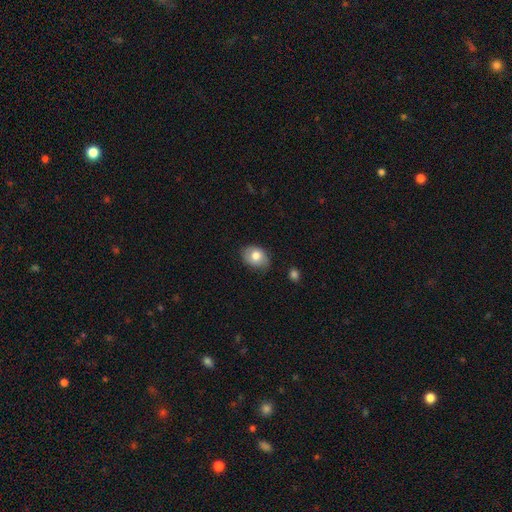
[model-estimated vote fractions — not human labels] A smooth galaxy with no disk features (78%) that is in between round and cigar-shaped (69%).

Vote fractions:
- Smooth or featured? smooth: 78% / featured or disk: 14% / star or artifact: 8%
- How rounded? in between: 69% / round: 30% / cigar-shaped: 1%
- Merging? none: 75% / minor disturbance: 20% / major disturbance: 3% / merger: 1%